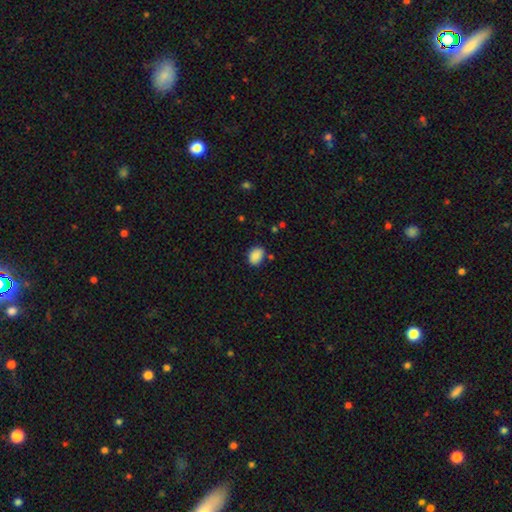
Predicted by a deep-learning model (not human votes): smooth 87%, star or artifact 8%, featured or disk 5%. Down the decision tree: how rounded — in between (72%); merging — none (79%).